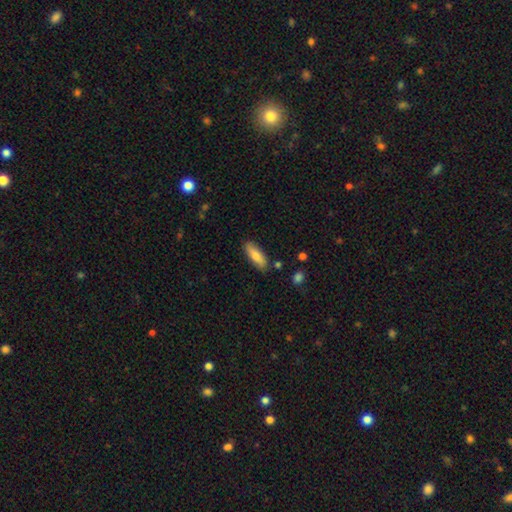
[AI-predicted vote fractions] Overall: smooth (74%). How rounded: in between (62%; cigar-shaped 35%). Merging: none (84%).